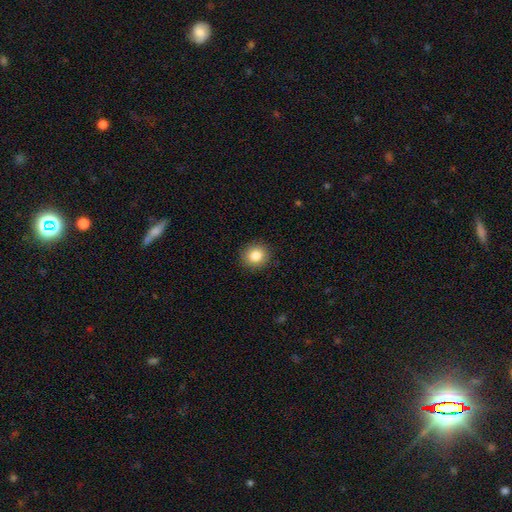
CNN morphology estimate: smooth_or_featured: smooth (p=0.84) [alt: star or artifact p=0.10]
how_rounded: round (p=0.84) [alt: in between p=0.15]
merging: none (p=0.90) [alt: minor disturbance p=0.07]